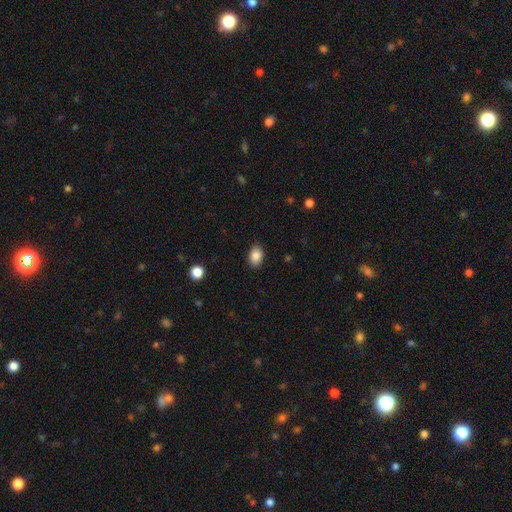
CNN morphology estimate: smooth 87%, star or artifact 8%, featured or disk 4%. Down the decision tree: how rounded — in between (83%); merging — none (88%).